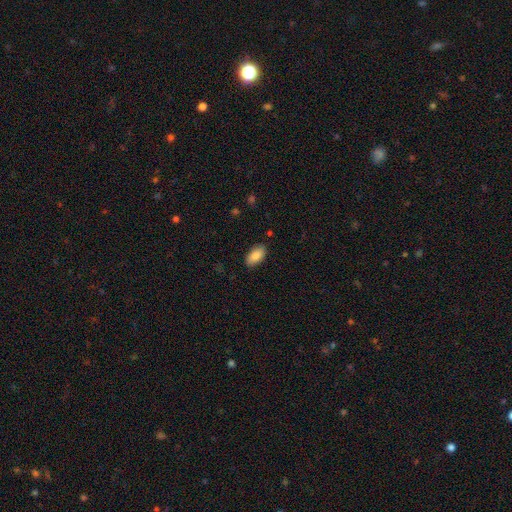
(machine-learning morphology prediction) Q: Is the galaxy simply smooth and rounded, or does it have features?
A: smooth — 86%.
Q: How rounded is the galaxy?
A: in between — 93%.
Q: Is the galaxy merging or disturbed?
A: none — 86%.